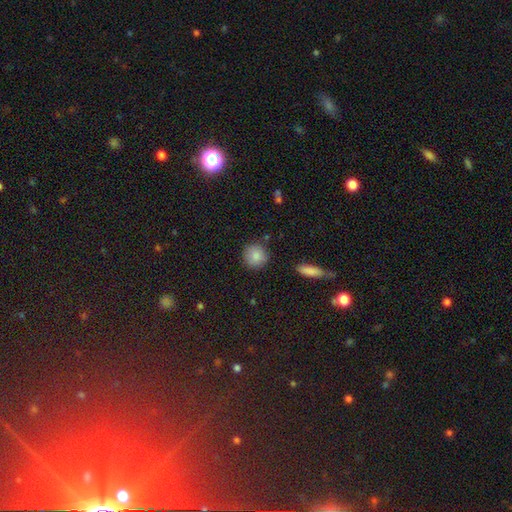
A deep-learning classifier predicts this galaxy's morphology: Overall: smooth (86%). How rounded: round (92%). Merging: none (85%).